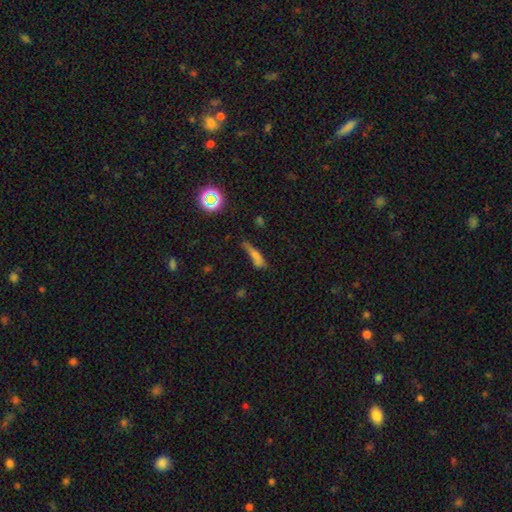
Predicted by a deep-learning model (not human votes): smooth-or-featured: smooth: 57% | featured or disk: 26% | star or artifact: 16%
  how-rounded: cigar-shaped: 70% | in between: 26% | round: 5%
  merging: none: 45% | minor disturbance: 29% | major disturbance: 17% | merger: 9%